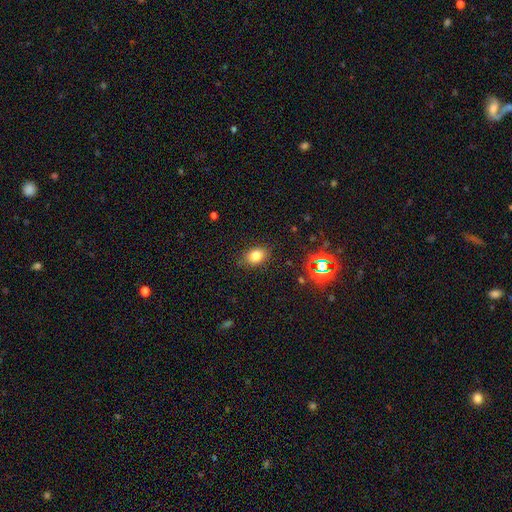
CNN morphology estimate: Smooth or featured? Predicted: smooth (p=0.79). How rounded? Predicted: in between (p=0.70). Merging? Predicted: none (p=0.84).